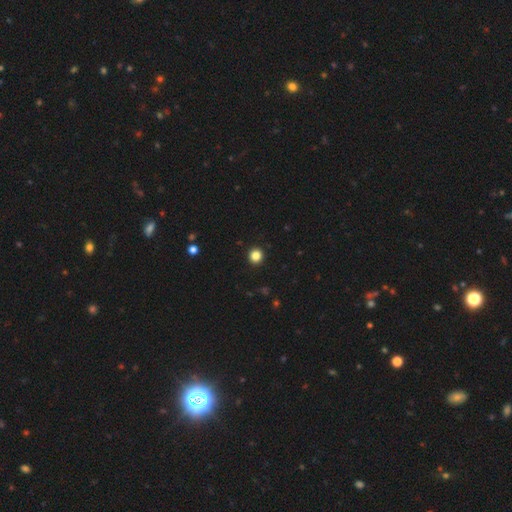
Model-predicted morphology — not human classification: Overall: smooth (85%). How rounded: round (94%). Merging: none (94%).